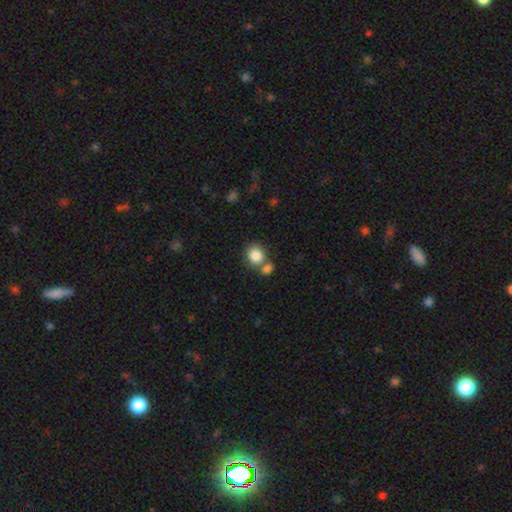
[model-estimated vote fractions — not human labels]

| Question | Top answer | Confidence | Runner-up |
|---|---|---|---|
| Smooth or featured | smooth | 85% | star or artifact (9%) |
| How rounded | round | 76% | in between (24%) |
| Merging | none | 55% | merger (32%) |